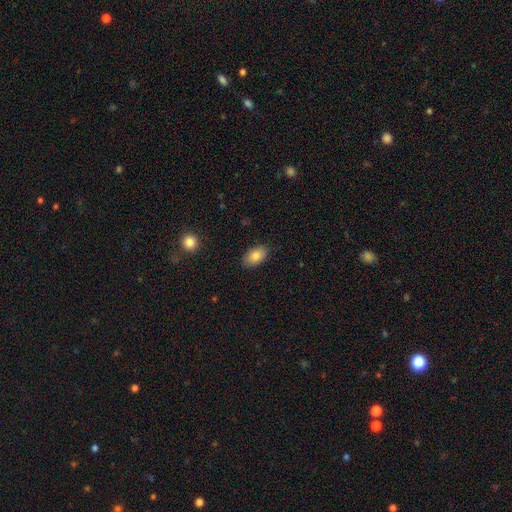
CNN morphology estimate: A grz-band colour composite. It shows a smooth galaxy with no disk features (83%) that is in between round and cigar-shaped (92%). Merging: none (87%).